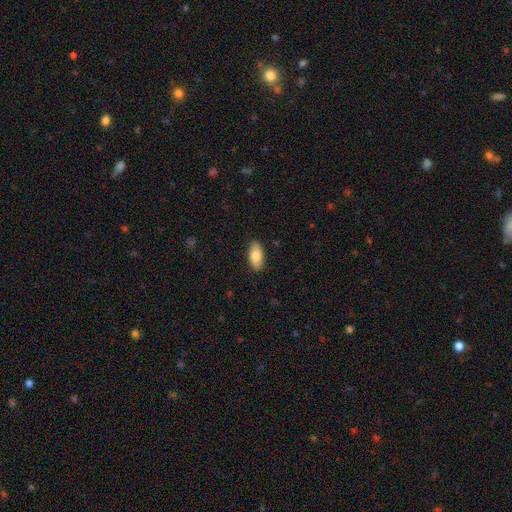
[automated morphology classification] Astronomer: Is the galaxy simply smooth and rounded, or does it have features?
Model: smooth — 82%.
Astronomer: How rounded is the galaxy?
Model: in between — 90%.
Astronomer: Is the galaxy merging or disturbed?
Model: none — 88%.